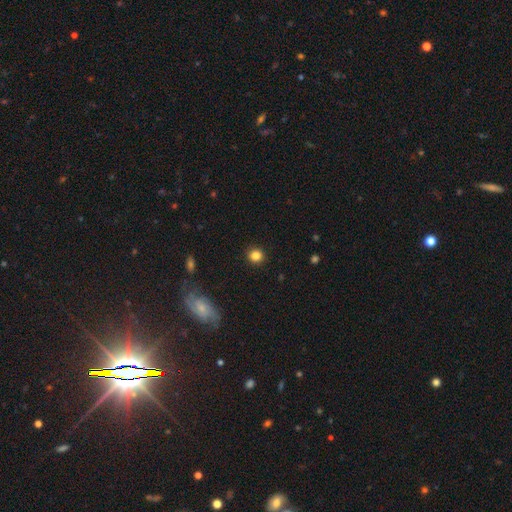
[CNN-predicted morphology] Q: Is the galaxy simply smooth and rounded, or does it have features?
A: smooth — 84%.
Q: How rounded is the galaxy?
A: round — 89%.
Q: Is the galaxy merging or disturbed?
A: none — 91%.